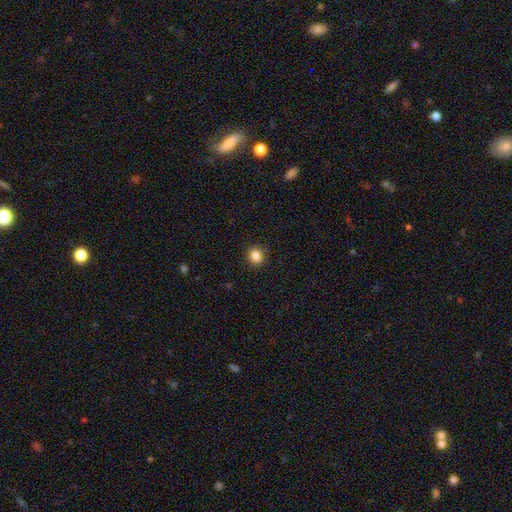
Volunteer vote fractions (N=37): Q: Smooth or featured?
A: smooth (92%); runner-up: featured or disk (5%)
Q: How rounded?
A: round (88%); runner-up: in between (12%)
Q: Merging?
A: none (89%); runner-up: minor disturbance (6%)